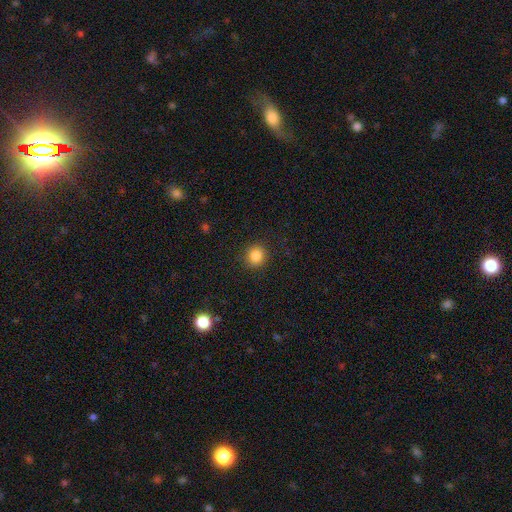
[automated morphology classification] smooth_or_featured: smooth (p=0.85) [alt: star or artifact p=0.11]
how_rounded: round (p=0.90) [alt: in between p=0.09]
merging: none (p=0.90) [alt: minor disturbance p=0.06]